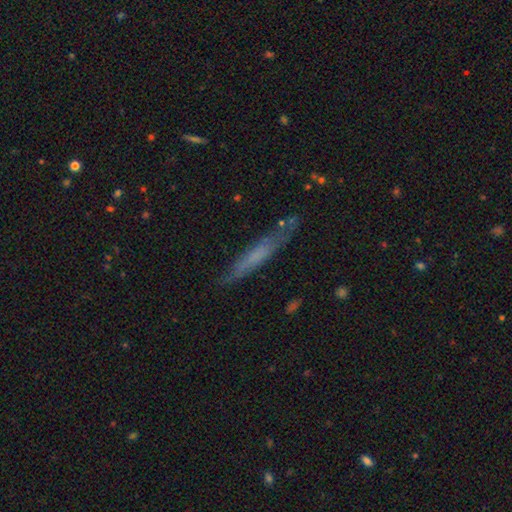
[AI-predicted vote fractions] A smooth galaxy with no disk features (51%) that is cigar-shaped (92%). Merging: none (76%).